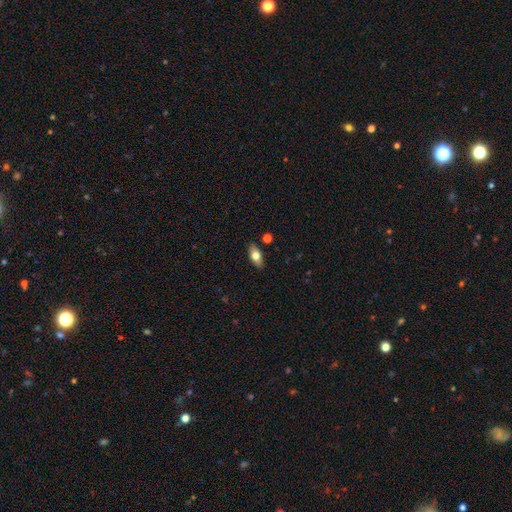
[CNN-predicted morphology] Smooth or featured? Predicted: smooth (p=0.70). How rounded? Predicted: in between (p=0.86). Merging? Predicted: none (p=0.86).